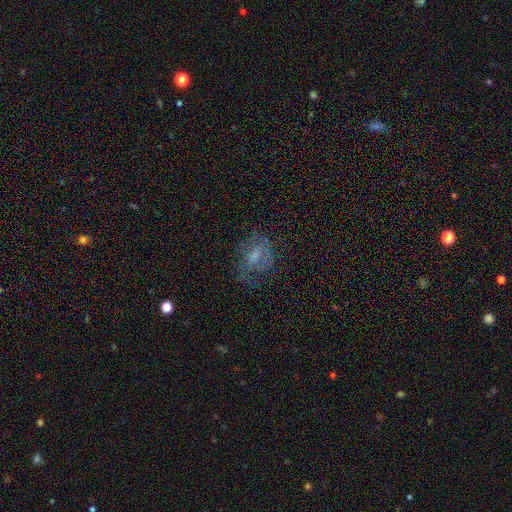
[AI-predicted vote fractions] smooth-or-featured: featured or disk: 54% | smooth: 33% | star or artifact: 13%
  disk-edge-on: no: 96% | yes: 4%
    bar: no: 45% (tied) | weak: 45% (tied) | strong: 10%
    has-spiral-arms: yes: 67% | no: 33%
    bulge-size: small: 45% | moderate: 38% | none: 12% | large: 4% | dominant: 1%
  merging: none: 49% | major disturbance: 27% | minor disturbance: 22% | merger: 2%